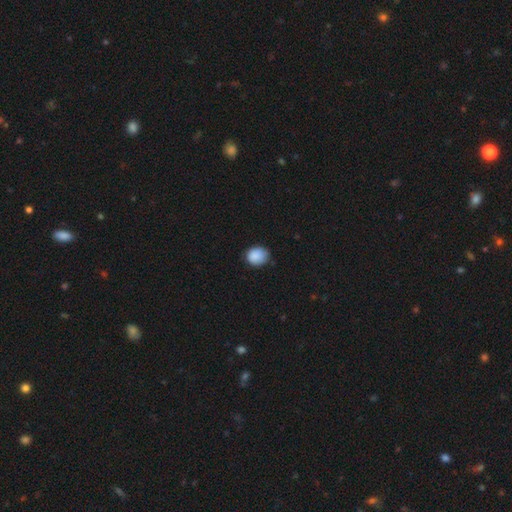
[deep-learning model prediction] Smooth or featured: smooth — 88% (star or artifact — 8%)
How rounded: round — 66% (in between — 33%)
Merging: none — 70% (minor disturbance — 25%)